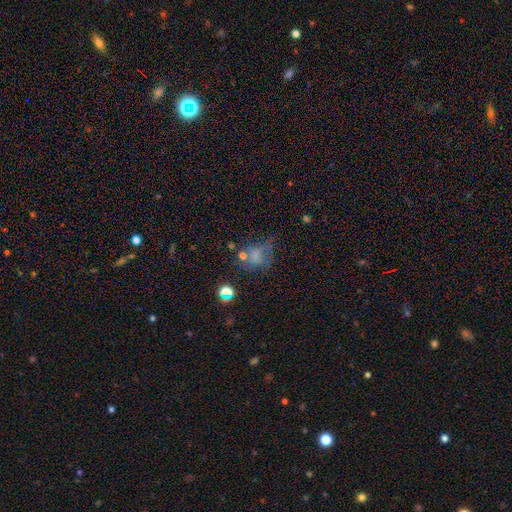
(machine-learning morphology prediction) Smooth or featured? Predicted: smooth (p=0.55). How rounded? Predicted: round (p=0.53). Merging? Predicted: none (p=0.36).